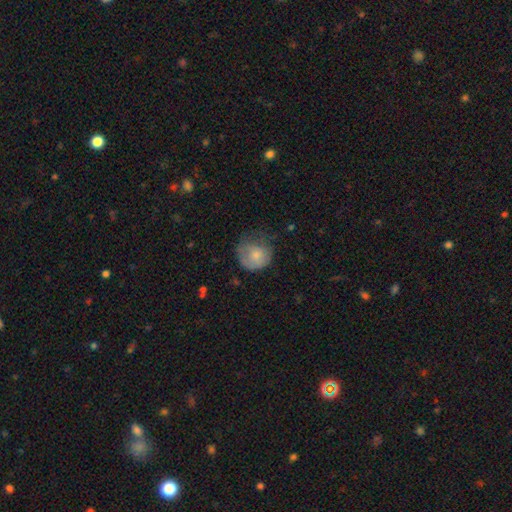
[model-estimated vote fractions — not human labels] Morphology: type=smooth (73%); roundness=round (78%); merging=none (40%).